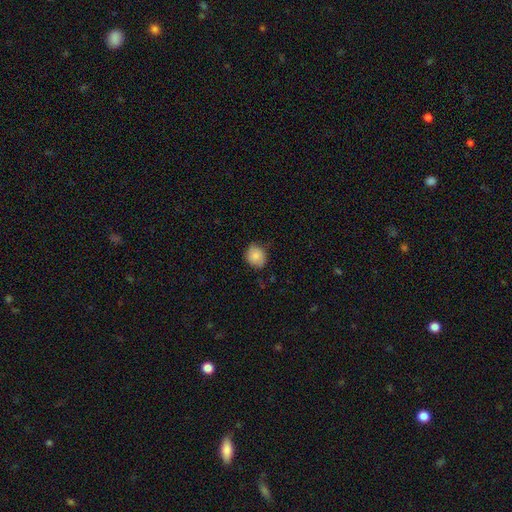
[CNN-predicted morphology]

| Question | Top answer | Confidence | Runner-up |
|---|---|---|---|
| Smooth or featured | smooth | 85% | featured or disk (8%) |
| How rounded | round | 70% | in between (29%) |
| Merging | none | 75% | minor disturbance (20%) |